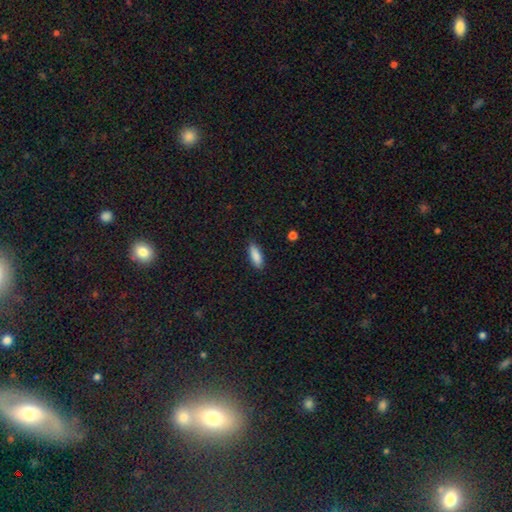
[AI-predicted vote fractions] smooth 87%, star or artifact 7%, featured or disk 6%. Down the decision tree: how rounded — in between (62%); merging — none (87%).